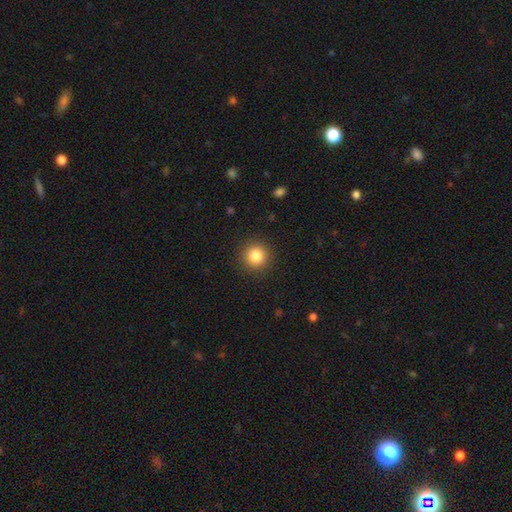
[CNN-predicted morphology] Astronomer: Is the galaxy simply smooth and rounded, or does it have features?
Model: smooth — 84%.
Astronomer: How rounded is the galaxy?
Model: round — 94%.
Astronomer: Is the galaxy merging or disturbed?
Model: none — 91%.